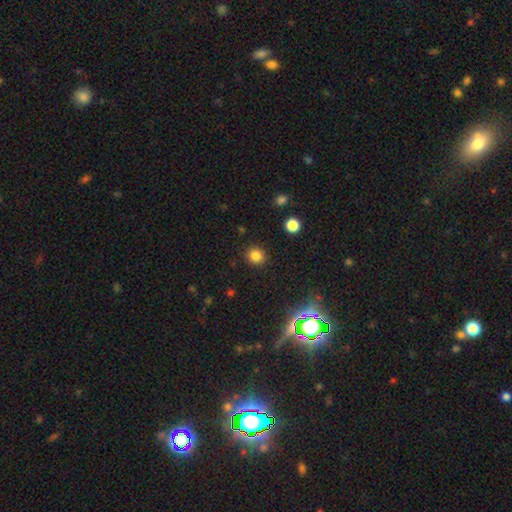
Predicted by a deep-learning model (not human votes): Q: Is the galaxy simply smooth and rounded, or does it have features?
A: smooth — 81%.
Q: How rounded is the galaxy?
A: round — 86%.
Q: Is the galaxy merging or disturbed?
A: none — 90%.